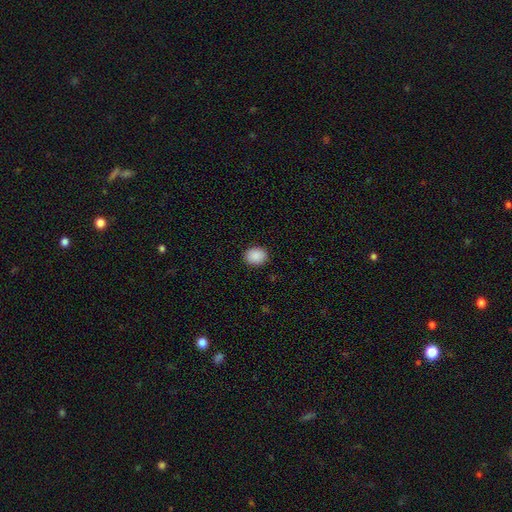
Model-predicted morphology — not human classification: This is clearly a smooth galaxy (90%). How rounded: possibly round (52%). Merging: clearly none (90%).